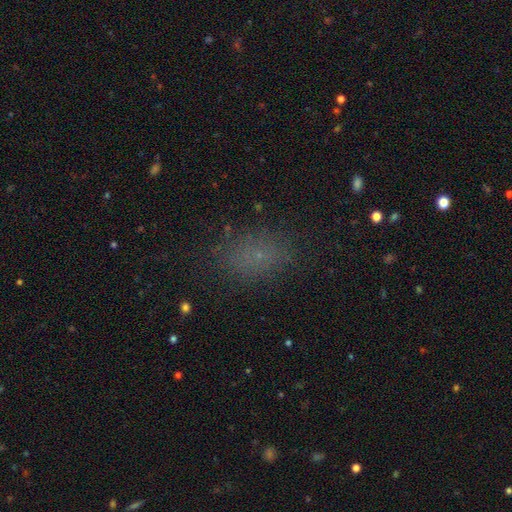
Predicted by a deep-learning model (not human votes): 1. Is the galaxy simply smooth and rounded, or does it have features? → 69% smooth, 22% star or artifact, 9% featured or disk.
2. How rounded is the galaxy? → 81% in between, 17% round, 3% cigar-shaped.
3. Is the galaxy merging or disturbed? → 79% none, 14% minor disturbance, 6% major disturbance, 1% merger.